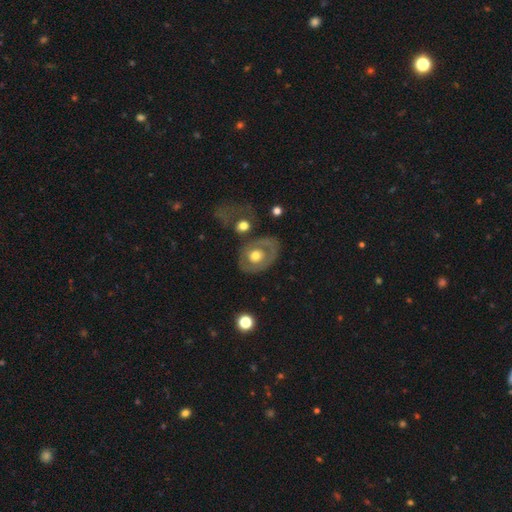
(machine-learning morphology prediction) A featured or disk galaxy (54%) with no bar (89%), no spiral arms (80%) and a moderate central bulge (66%).

Vote fractions:
- Smooth or featured? featured or disk: 54% / smooth: 40% / star or artifact: 6%
- Edge-on disk? no: 93% / yes: 7%
- Bar? no: 89% / weak: 9% / strong: 2%
- Spiral arms? no: 80% / yes: 20%
- Bulge size? moderate: 66% / large: 23% / small: 7% / dominant: 2% / none: 2%
- Merging? none: 66% / minor disturbance: 18% / major disturbance: 10% / merger: 7%